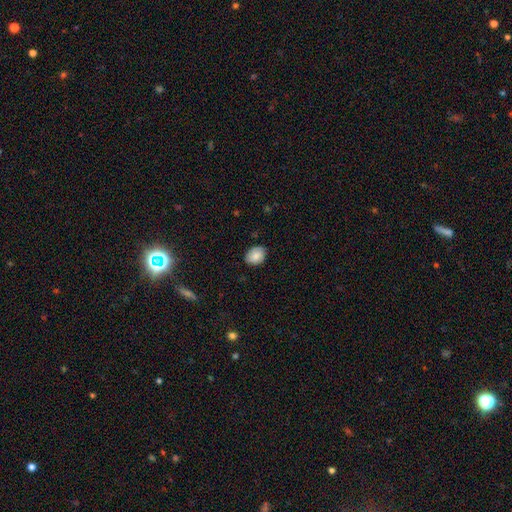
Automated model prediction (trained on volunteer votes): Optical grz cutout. It shows a smooth galaxy with no disk features (82%) that is in between round and cigar-shaped (59%). Merging: none (79%).